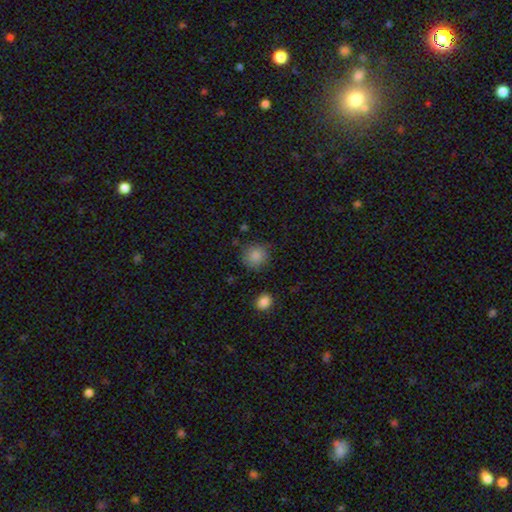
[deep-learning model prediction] smooth_or_featured: smooth (p=0.86) [alt: star or artifact p=0.10]
how_rounded: round (p=0.88) [alt: in between p=0.11]
merging: none (p=0.81) [alt: minor disturbance p=0.13]